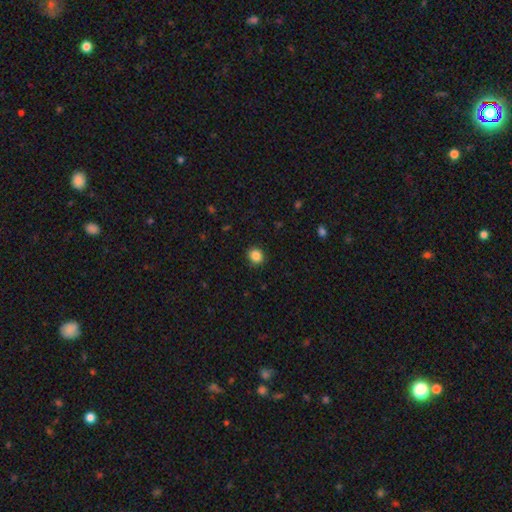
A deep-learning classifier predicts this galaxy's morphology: smooth 86%, star or artifact 10%, featured or disk 4%. Down the decision tree: how rounded — round (78%); merging — none (91%).